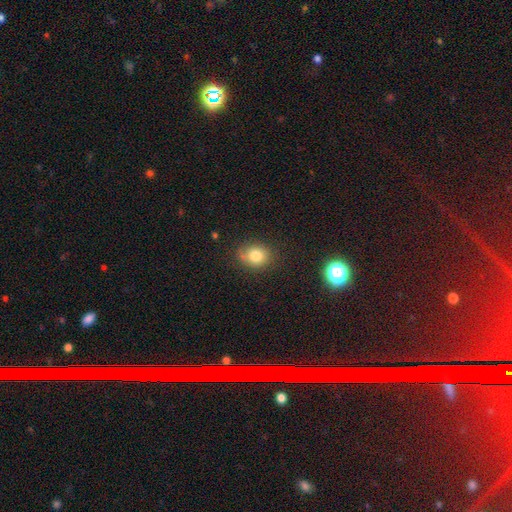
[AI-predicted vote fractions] Overall: smooth (79%). How rounded: round (59%; in between 40%). Merging: none (75%).